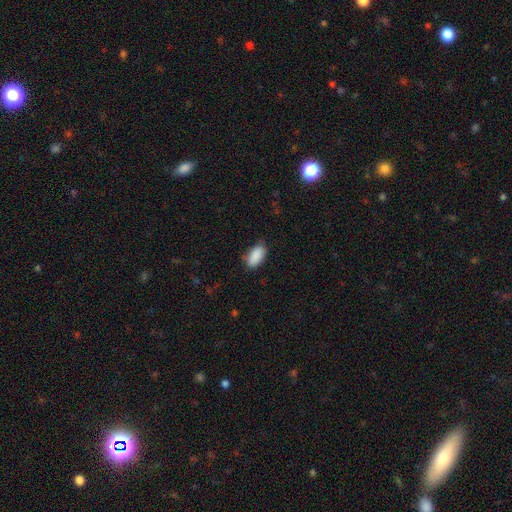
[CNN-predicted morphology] smooth-or-featured: smooth: 90% | star or artifact: 7% | featured or disk: 4%
  how-rounded: in between: 93% | cigar-shaped: 4% | round: 3%
  merging: none: 78% | minor disturbance: 17% | major disturbance: 3% | merger: 1%